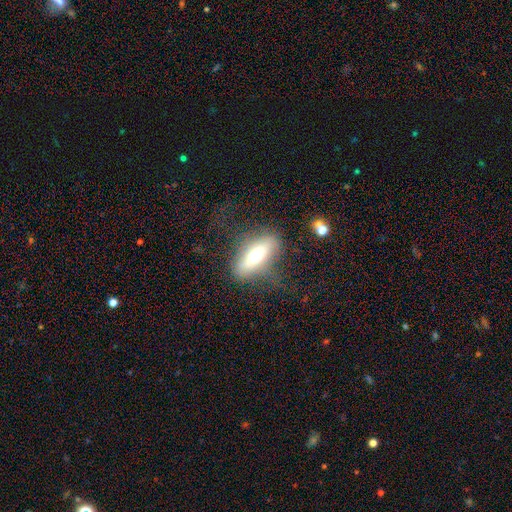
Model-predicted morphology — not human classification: Overall: smooth (55%; featured or disk 37%). How rounded: in between (66%; cigar-shaped 30%). Merging: none (63%).